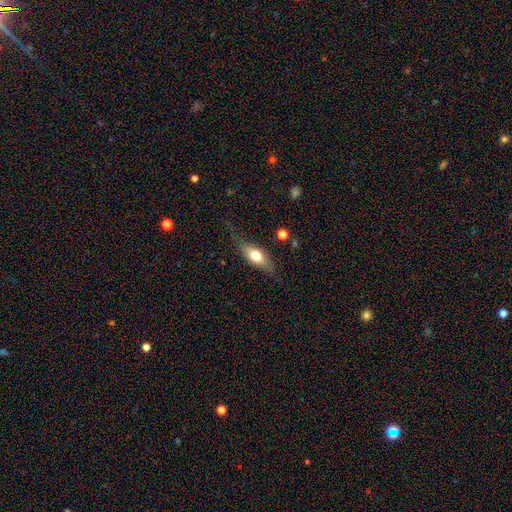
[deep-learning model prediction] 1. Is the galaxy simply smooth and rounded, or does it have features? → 64% smooth, 29% featured or disk, 7% star or artifact.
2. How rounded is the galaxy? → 74% in between, 21% cigar-shaped, 5% round.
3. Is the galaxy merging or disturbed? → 68% none, 23% minor disturbance, 8% major disturbance, 2% merger.